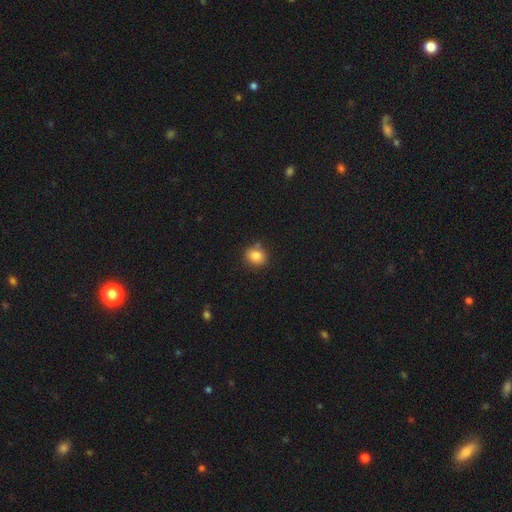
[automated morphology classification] Q: Smooth or featured?
A: smooth (85%); runner-up: star or artifact (10%)
Q: How rounded?
A: round (58%); runner-up: in between (41%)
Q: Merging?
A: none (78%); runner-up: minor disturbance (13%)